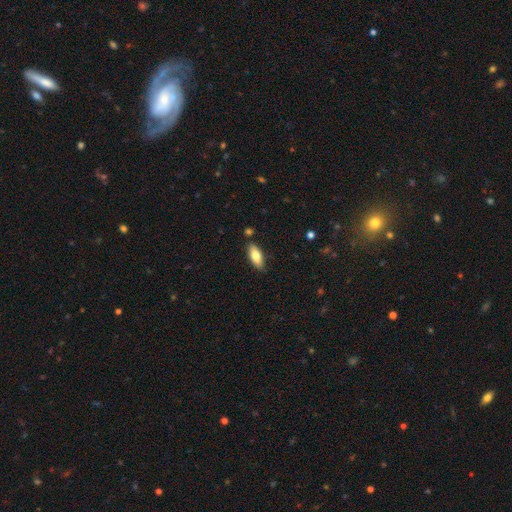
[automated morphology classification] This appears to be a smooth galaxy with no disk features (77%) that is in between round and cigar-shaped (81%). Merging: none (83%).